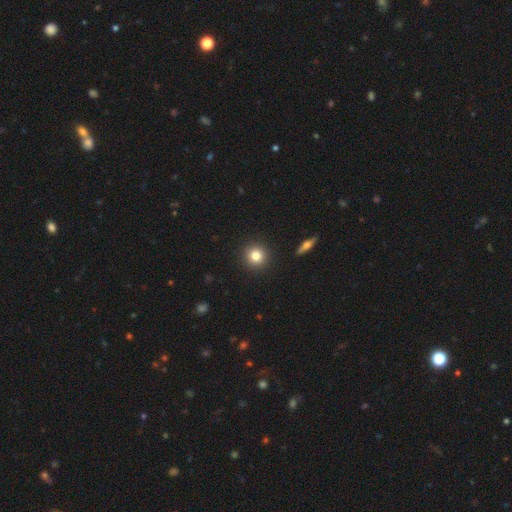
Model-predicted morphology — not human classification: This appears to be a smooth galaxy with no disk features (82%) that is round (94%). Merging: none (92%).